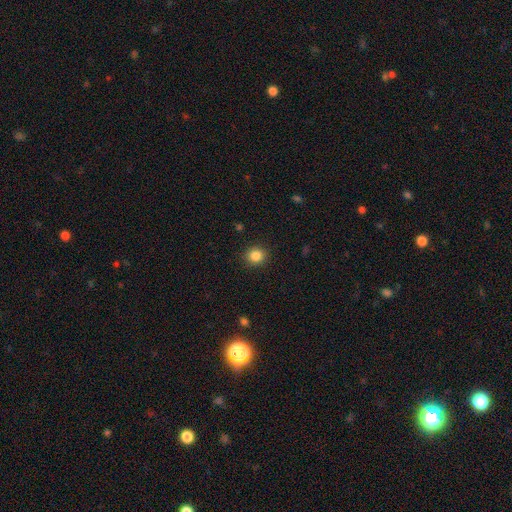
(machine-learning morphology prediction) type=smooth (85%); roundness=round (86%); merging=none (91%).